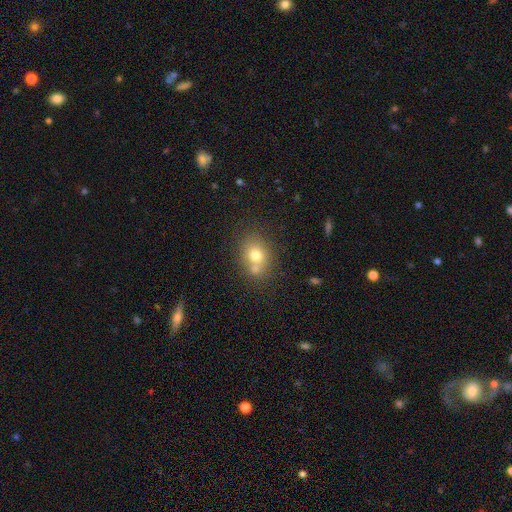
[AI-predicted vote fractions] smooth 72%, featured or disk 16%, star or artifact 12%. Down the decision tree: how rounded — round (51%); merging — none (53%).